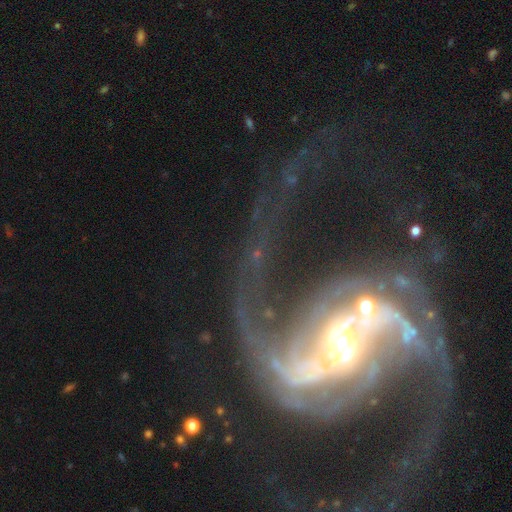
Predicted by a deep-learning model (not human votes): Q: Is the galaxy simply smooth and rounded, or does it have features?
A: featured or disk — 92%.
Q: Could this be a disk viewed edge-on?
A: no — 98%.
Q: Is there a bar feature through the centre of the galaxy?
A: strong — 49%.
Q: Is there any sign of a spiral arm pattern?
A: yes — 98%.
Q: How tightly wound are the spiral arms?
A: medium — 45%.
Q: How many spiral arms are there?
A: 2 — 75%.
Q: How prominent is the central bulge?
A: moderate — 49%.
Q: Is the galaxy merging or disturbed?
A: none — 46%.